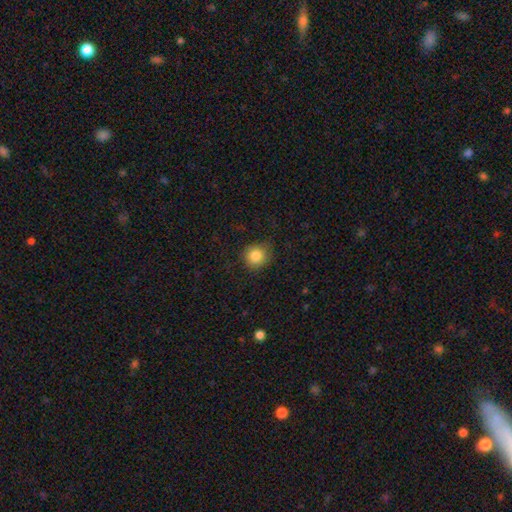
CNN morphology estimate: A smooth galaxy with no disk features (85%) that is round (89%). Merging: none (80%).